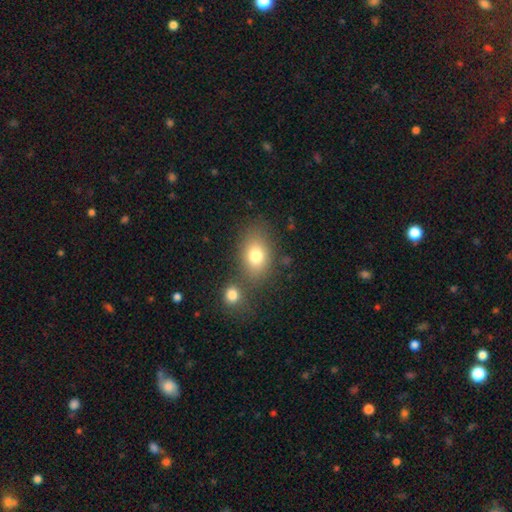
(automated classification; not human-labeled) Smooth or featured? smooth (77%)
How rounded? in between (74%)
Merging? none (63%)